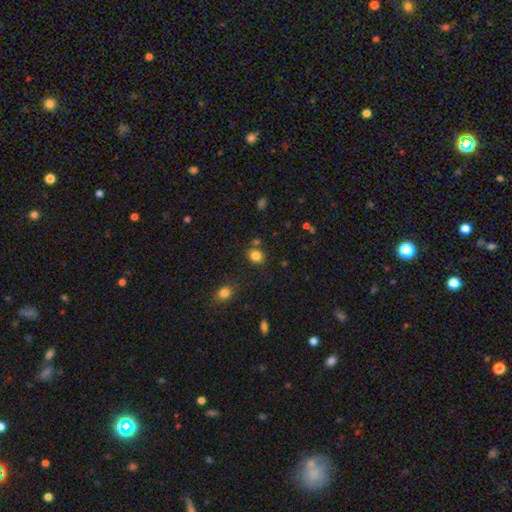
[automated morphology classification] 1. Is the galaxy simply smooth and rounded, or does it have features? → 83% smooth, 11% star or artifact, 5% featured or disk.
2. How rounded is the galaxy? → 63% round, 36% in between, 1% cigar-shaped.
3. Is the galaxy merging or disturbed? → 76% none, 11% minor disturbance, 9% merger, 3% major disturbance.